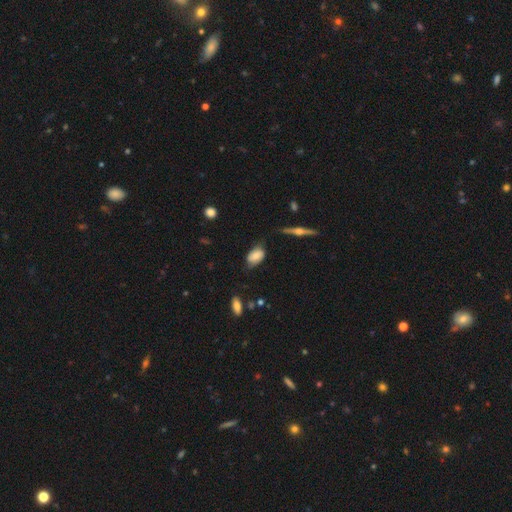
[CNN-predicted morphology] A smooth galaxy with no disk features (64%) that is in between round and cigar-shaped (89%). Merging: none (57%).